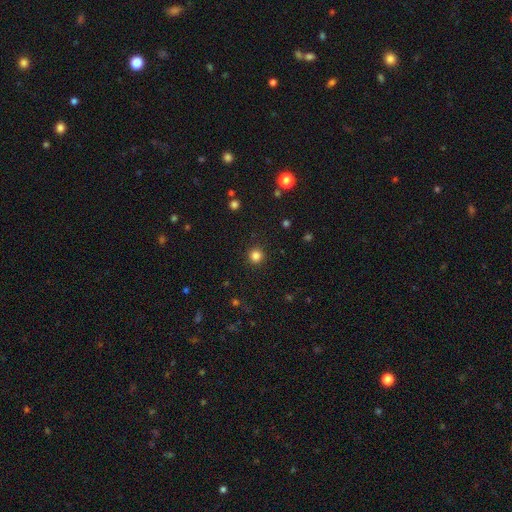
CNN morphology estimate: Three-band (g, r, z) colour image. It shows a smooth galaxy with no disk features (83%) that is round (95%). Merging: none (92%).